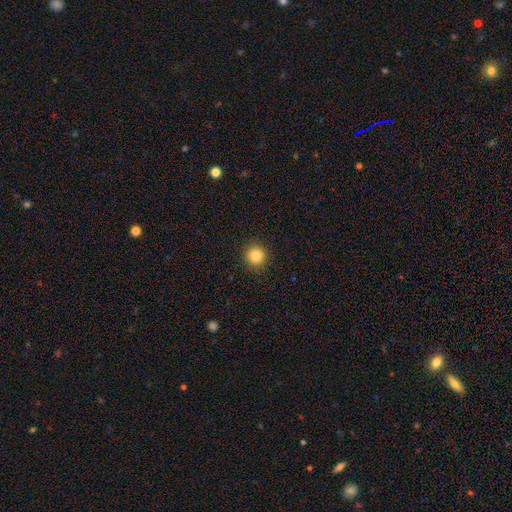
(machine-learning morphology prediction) Smooth or featured?
  - smooth: 84% *
  - star or artifact: 11%
  - featured or disk: 5%
How rounded?
  - round: 94% *
  - in between: 5%
  - cigar-shaped: 1%
Merging?
  - none: 92% *
  - minor disturbance: 6%
  - major disturbance: 2%
  - merger: 1%